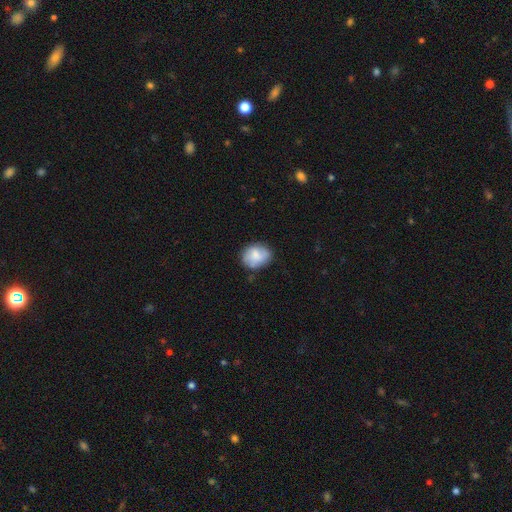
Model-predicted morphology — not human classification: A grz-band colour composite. It shows a smooth galaxy with no disk features (72%) that is round (56%). Merging: none (71%).